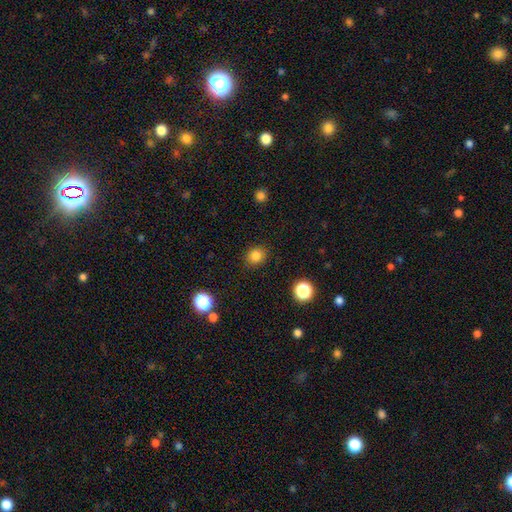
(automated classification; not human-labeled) A smooth galaxy with no disk features (83%) that is round (80%). Merging: none (88%).